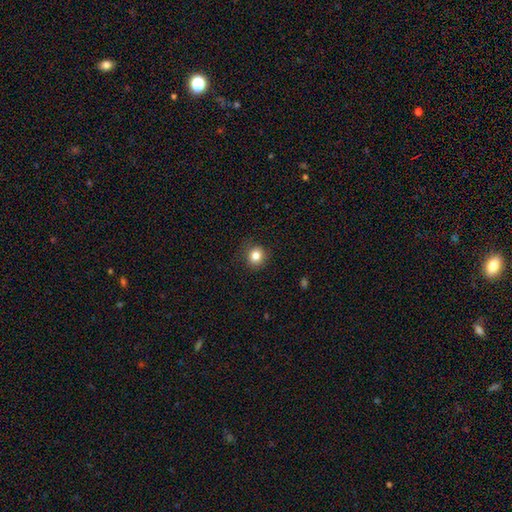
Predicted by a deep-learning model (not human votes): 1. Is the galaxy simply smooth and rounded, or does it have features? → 83% smooth, 11% star or artifact, 6% featured or disk.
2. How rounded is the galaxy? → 85% round, 14% in between, 1% cigar-shaped.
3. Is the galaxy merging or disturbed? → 87% none, 10% minor disturbance, 3% major disturbance, 1% merger.